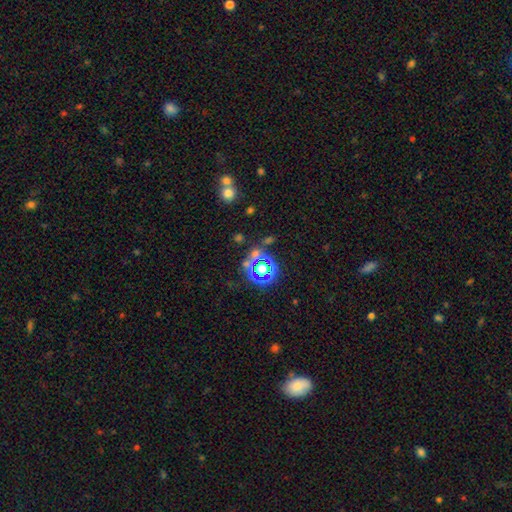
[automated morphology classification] smooth_or_featured: star or artifact (p=0.67) [alt: smooth p=0.22]